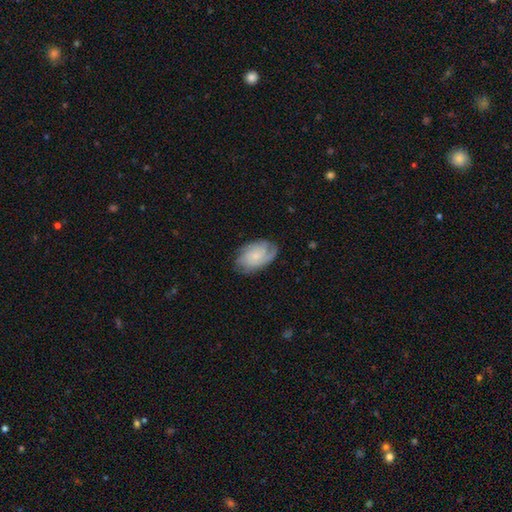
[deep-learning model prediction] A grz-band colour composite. It shows a featured or disk galaxy (54%) with no bar (79%), spiral arms (89%) and a small central bulge (68%). Merging: none (72%).